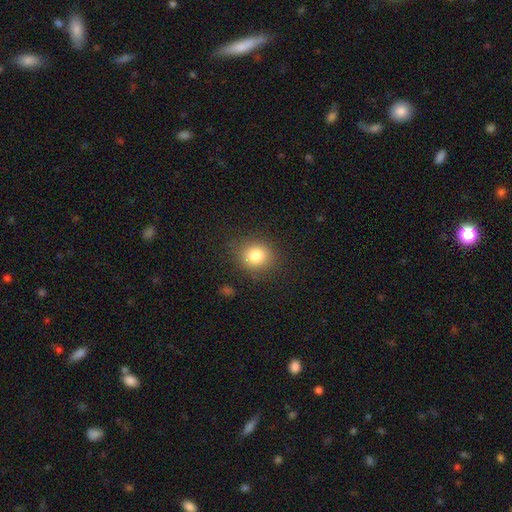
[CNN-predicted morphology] Smooth or featured? Predicted: smooth (p=0.81). How rounded? Predicted: round (p=0.77). Merging? Predicted: none (p=0.86).